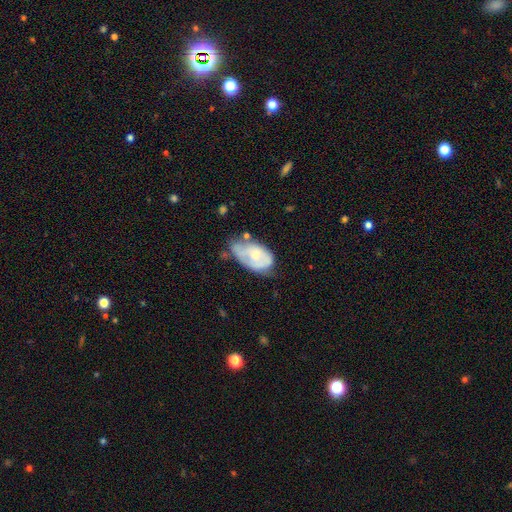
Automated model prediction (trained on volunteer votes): Q: Smooth or featured?
A: smooth (50%); runner-up: featured or disk (44%)
Q: How rounded?
A: in between (92%); runner-up: round (6%)
Q: Merging?
A: minor disturbance (41%); runner-up: none (30%)